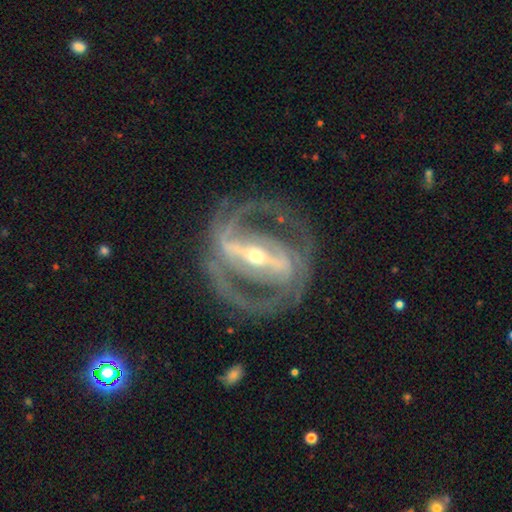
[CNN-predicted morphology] smooth-or-featured: featured or disk: 91% | star or artifact: 5% | smooth: 4%
  disk-edge-on: no: 92% | yes: 8%
    bar: strong: 84% | weak: 11% | no: 5%
    has-spiral-arms: yes: 90% | no: 10%
      spiral-winding: tight: 45% | medium: 43% | loose: 12%
      spiral-arm-count: 2: 72% | can't tell: 11% | 3: 9% | 1: 3% | 4: 3% | more than 4: 2%
    bulge-size: small: 58% | moderate: 37% | large: 3% | dominant: 1% | none: 1%
  merging: none: 72% | major disturbance: 14% | minor disturbance: 13% | merger: 2%